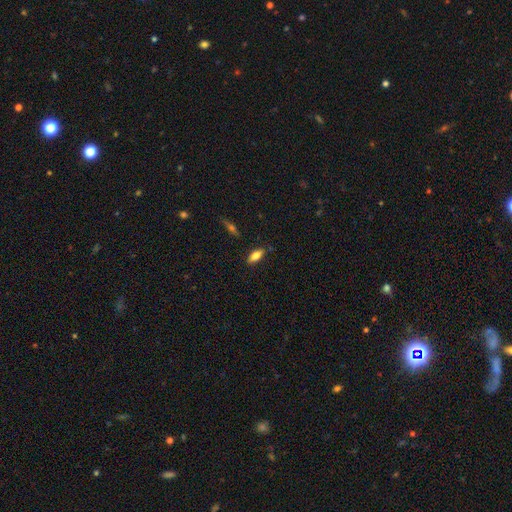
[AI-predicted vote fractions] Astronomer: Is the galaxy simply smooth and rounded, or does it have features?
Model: smooth — 68%.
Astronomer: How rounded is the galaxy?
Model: in between — 78%.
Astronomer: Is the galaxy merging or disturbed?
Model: none — 82%.